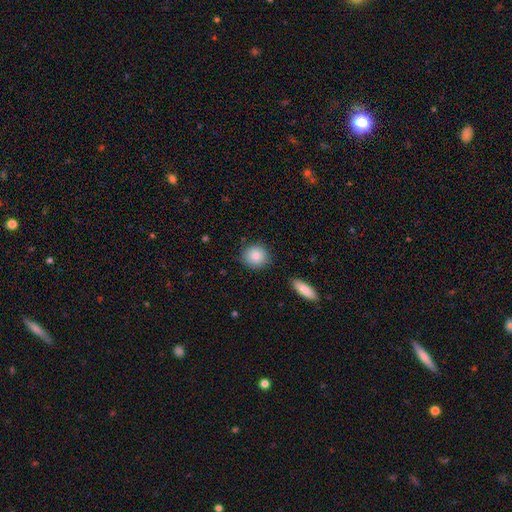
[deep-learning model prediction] smooth 86%, star or artifact 7%, featured or disk 7%. Down the decision tree: how rounded — round (83%); merging — none (85%).